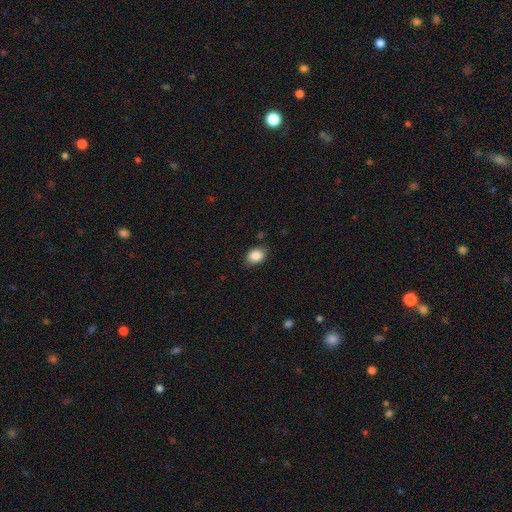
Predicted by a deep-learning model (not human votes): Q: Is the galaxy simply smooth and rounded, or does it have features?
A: smooth — 88%.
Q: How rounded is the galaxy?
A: in between — 73%.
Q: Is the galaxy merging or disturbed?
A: none — 82%.